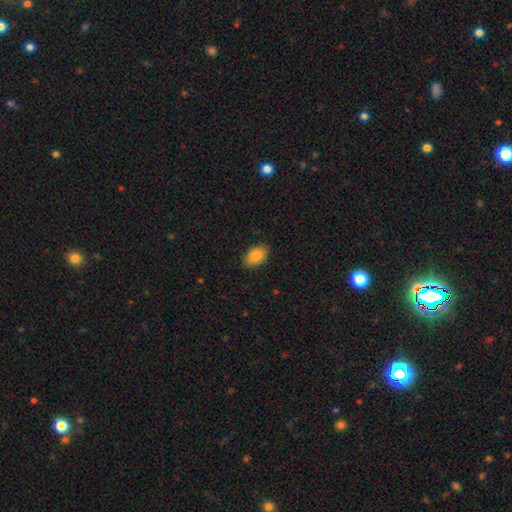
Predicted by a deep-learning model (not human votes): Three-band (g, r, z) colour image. It shows a smooth galaxy with no disk features (86%) that is in between round and cigar-shaped (89%). Merging: none (87%).